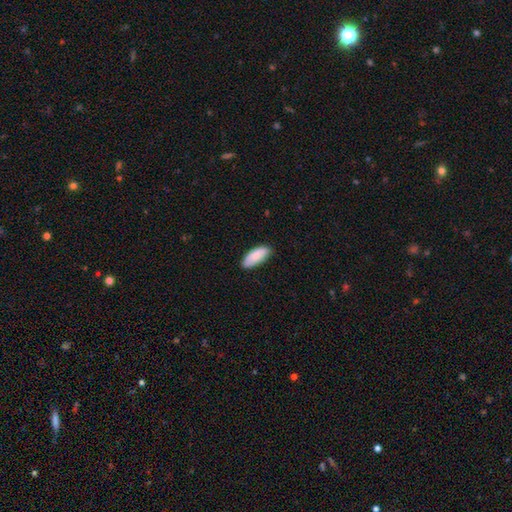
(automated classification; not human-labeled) Morphology: type=smooth (82%); roundness=in between (85%); merging=none (82%).